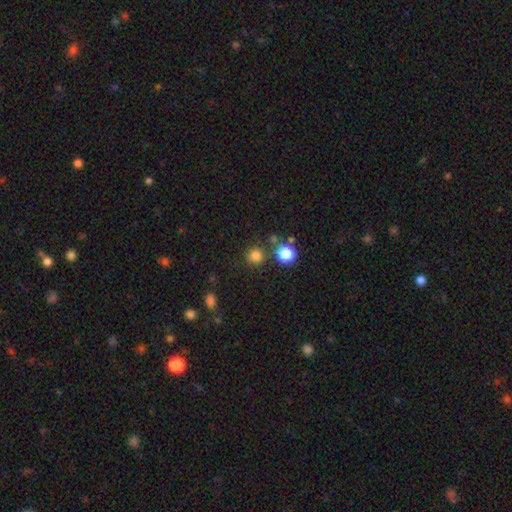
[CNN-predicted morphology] Smooth or featured: smooth — 81% (star or artifact — 15%)
How rounded: round — 94% (in between — 5%)
Merging: none — 84% (minor disturbance — 7%)